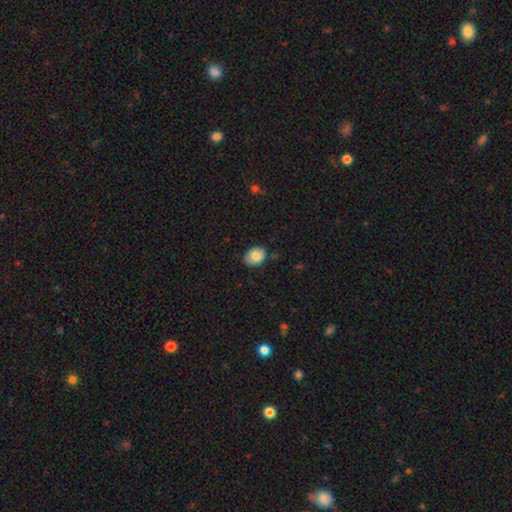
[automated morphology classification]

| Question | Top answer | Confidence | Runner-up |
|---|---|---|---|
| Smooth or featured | smooth | 81% | featured or disk (11%) |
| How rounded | in between | 70% | round (29%) |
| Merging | none | 79% | minor disturbance (17%) |